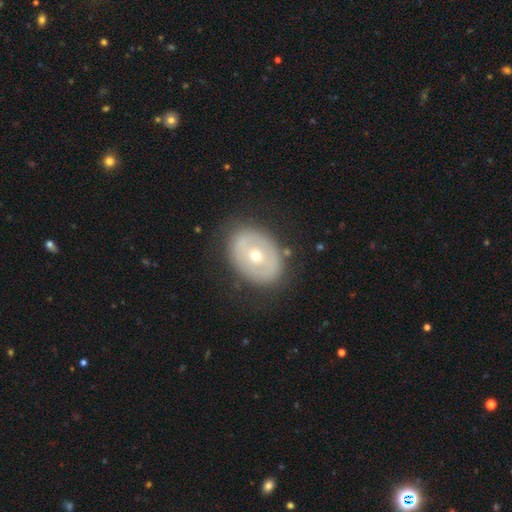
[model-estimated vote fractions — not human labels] This is possibly a featured or disk galaxy (53%). It is clearly not viewed edge-on (93%). Merging: likely none (80%).